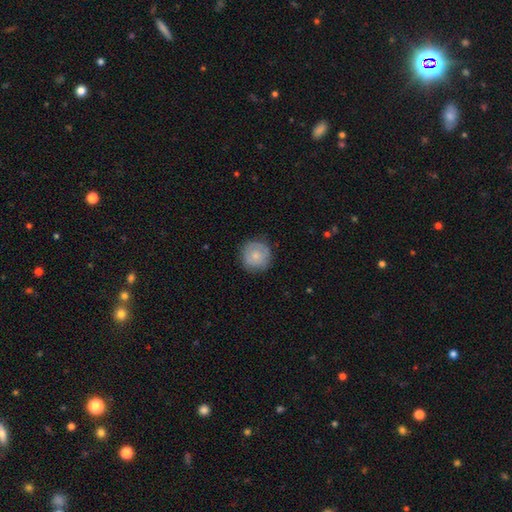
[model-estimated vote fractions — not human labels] Overall: smooth (67%). How rounded: round (94%). Merging: none (82%).